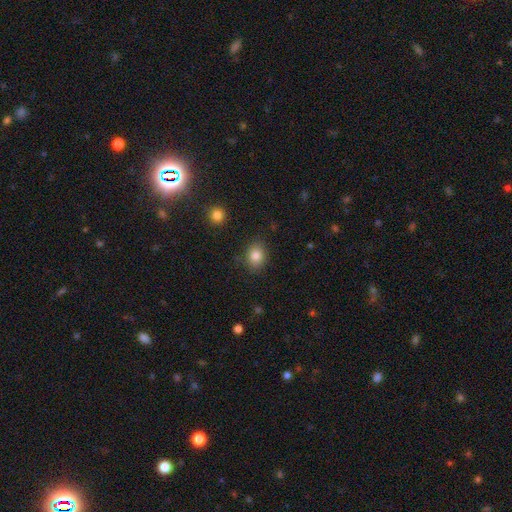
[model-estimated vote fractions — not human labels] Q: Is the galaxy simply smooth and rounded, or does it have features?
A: smooth — 83%.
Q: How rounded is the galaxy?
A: in between — 57%.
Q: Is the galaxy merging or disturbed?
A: none — 84%.